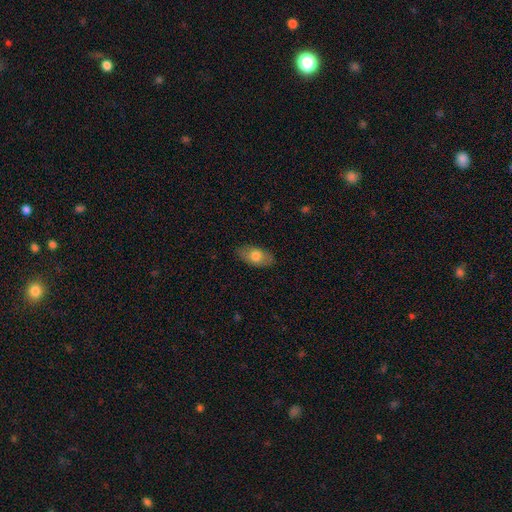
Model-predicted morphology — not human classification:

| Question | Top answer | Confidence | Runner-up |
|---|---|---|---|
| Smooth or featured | smooth | 71% | featured or disk (22%) |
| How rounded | in between | 91% | round (6%) |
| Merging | none | 82% | minor disturbance (14%) |